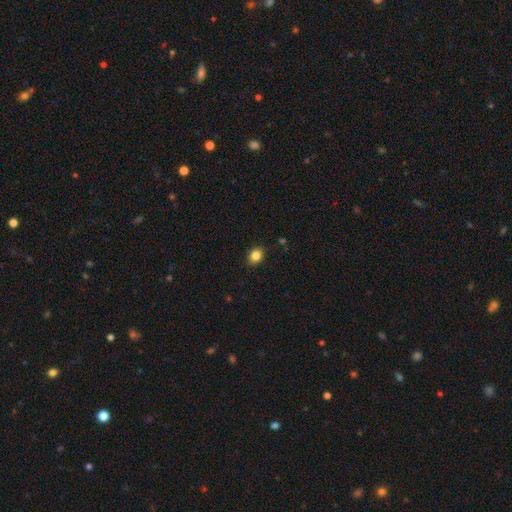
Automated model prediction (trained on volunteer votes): Smooth or featured: smooth — 84% (star or artifact — 10%)
How rounded: in between — 55% (round — 44%)
Merging: none — 88% (minor disturbance — 9%)